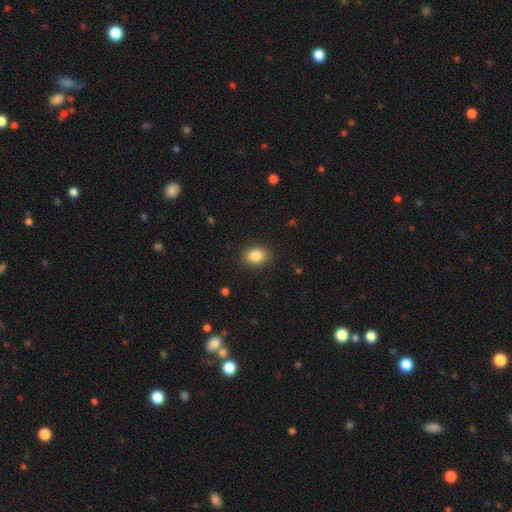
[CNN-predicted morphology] Smooth or featured: smooth — 85% (star or artifact — 9%)
How rounded: in between — 64% (round — 35%)
Merging: none — 88% (minor disturbance — 9%)